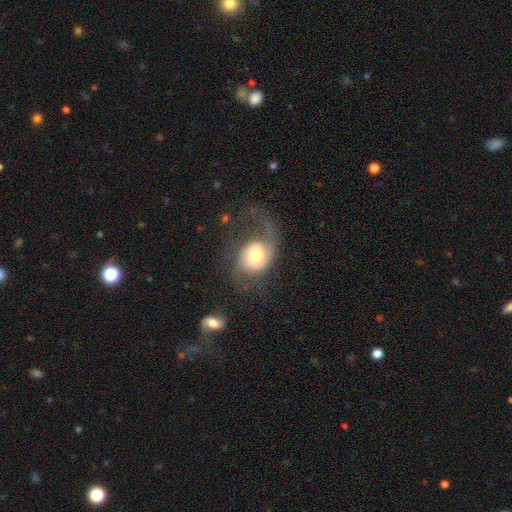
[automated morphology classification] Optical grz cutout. It shows a featured or disk galaxy (72%) with no bar (65%), 2 (45%) loose (42%) spiral arms (91%) and a moderate central bulge (62%). Merging: none (41%).